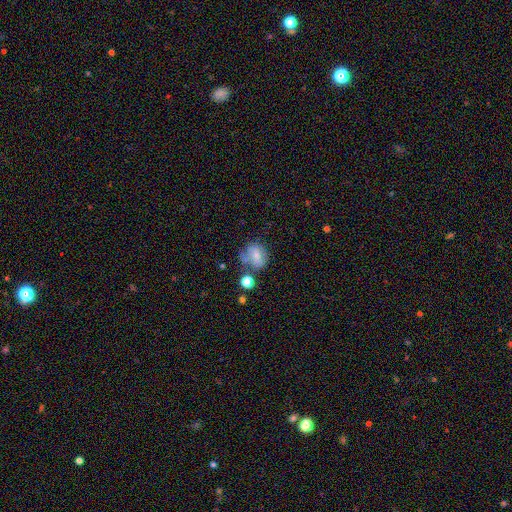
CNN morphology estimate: smooth-or-featured: smooth: 65% | featured or disk: 23% | star or artifact: 12%
  how-rounded: round: 63% | in between: 36% | cigar-shaped: 1%
  merging: none: 47% | minor disturbance: 24% | merger: 16% | major disturbance: 14%